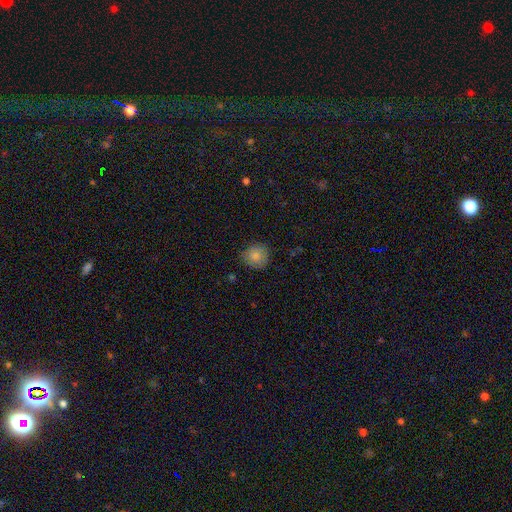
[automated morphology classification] Smooth or featured? Predicted: smooth (p=0.83). How rounded? Predicted: round (p=0.89). Merging? Predicted: none (p=0.82).